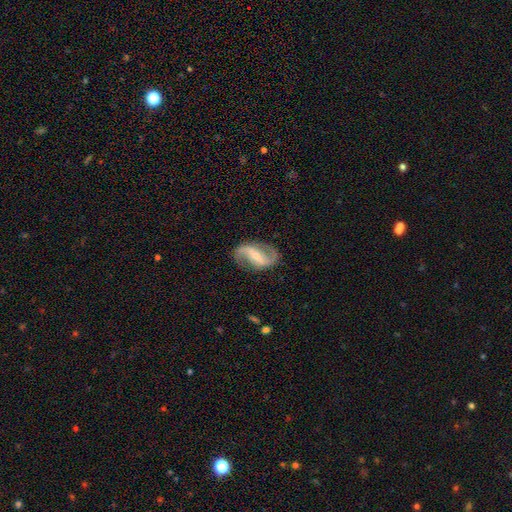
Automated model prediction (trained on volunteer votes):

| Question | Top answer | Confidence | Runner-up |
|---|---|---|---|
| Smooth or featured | featured or disk | 90% | smooth (6%) |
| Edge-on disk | no | 97% | yes (3%) |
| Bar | strong | 51% | weak (34%) |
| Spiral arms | yes | 96% | no (4%) |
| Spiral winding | loose | 55% | medium (35%) |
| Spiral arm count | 2 | 93% | can't tell (2%) |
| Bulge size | small | 63% | moderate (30%) |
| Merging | none | 82% | minor disturbance (12%) |